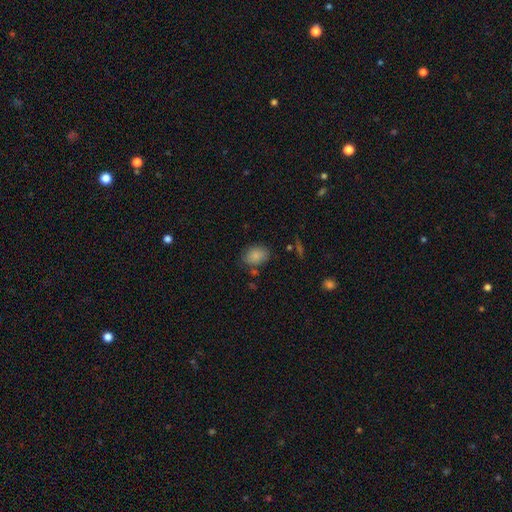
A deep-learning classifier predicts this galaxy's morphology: Smooth or featured?
  - smooth: 84% *
  - star or artifact: 8%
  - featured or disk: 7%
How rounded?
  - in between: 73% *
  - round: 26%
  - cigar-shaped: 1%
Merging?
  - none: 71% *
  - minor disturbance: 19%
  - merger: 5%
  - major disturbance: 5%